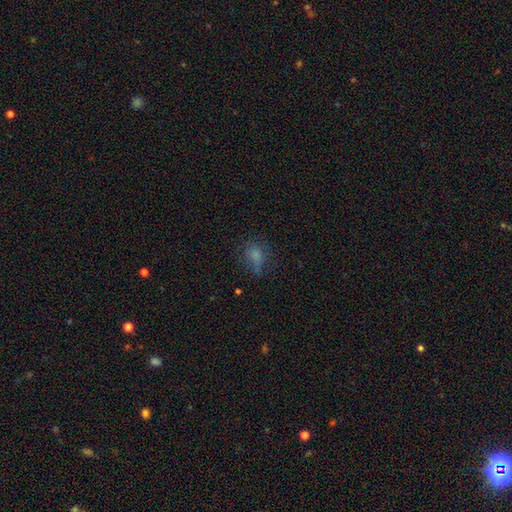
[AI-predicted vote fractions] smooth 69%, star or artifact 18%, featured or disk 14%. Down the decision tree: how rounded — in between (55%); merging — none (56%).